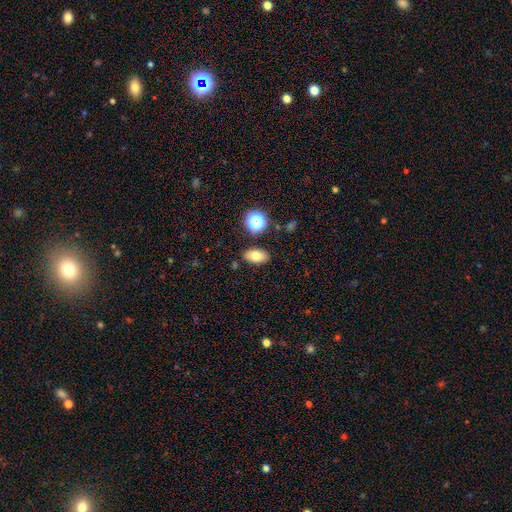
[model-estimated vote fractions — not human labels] Morphology: type=smooth (76%); roundness=in between (88%); merging=none (84%).